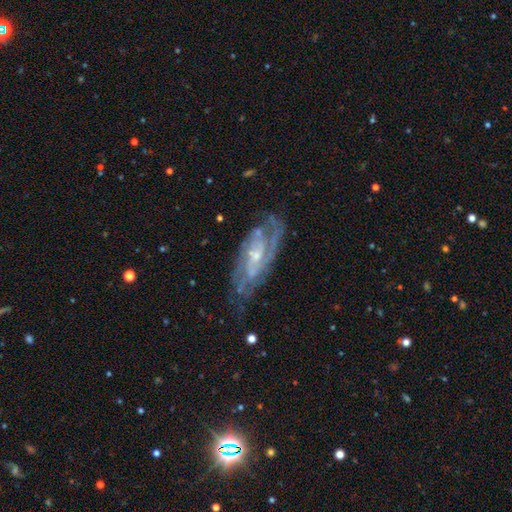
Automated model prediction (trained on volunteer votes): Smooth or featured? featured or disk (85%)
Edge-on disk? no (90%)
Bar? no (57%)
Spiral arms? yes (93%)
Spiral winding? tight (52%)
Spiral arm count? 2 (38%)
Bulge size? small (62%)
Merging? none (68%)